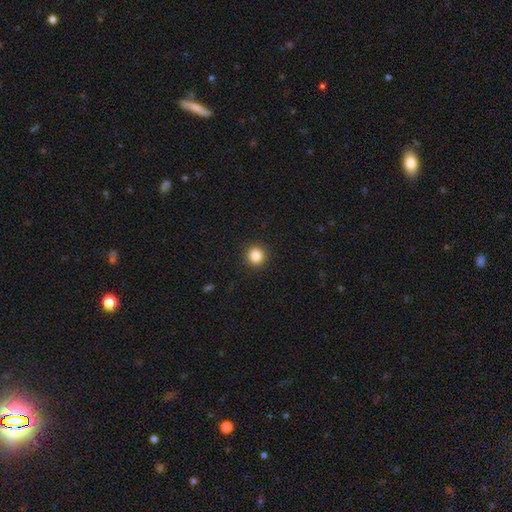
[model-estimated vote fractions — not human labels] This appears to be a smooth galaxy with no disk features (85%) that is round (94%). Merging: none (93%).